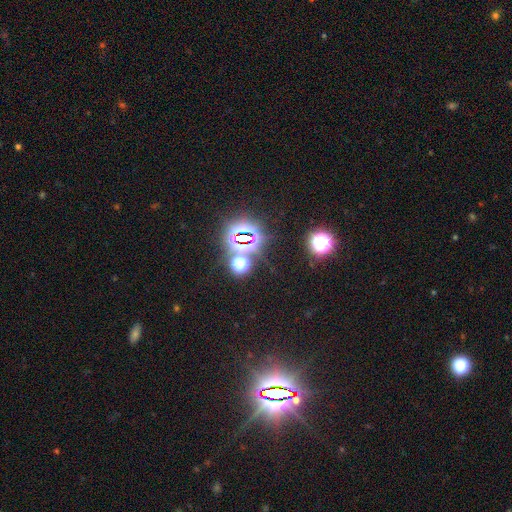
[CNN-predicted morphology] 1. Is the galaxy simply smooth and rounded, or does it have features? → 78% star or artifact, 14% smooth, 7% featured or disk.